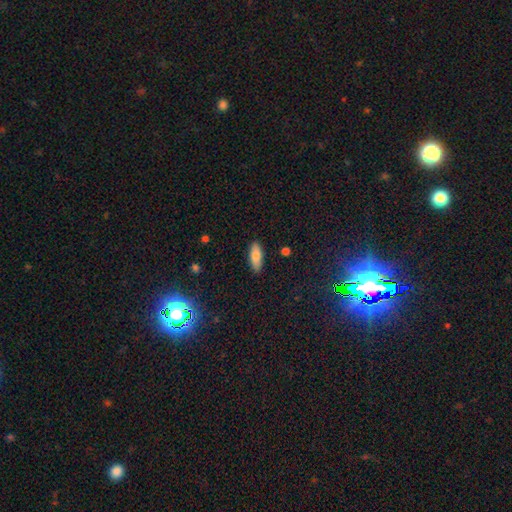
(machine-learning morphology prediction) Smooth or featured? Predicted: smooth (p=0.82). How rounded? Predicted: in between (p=0.74). Merging? Predicted: none (p=0.88).